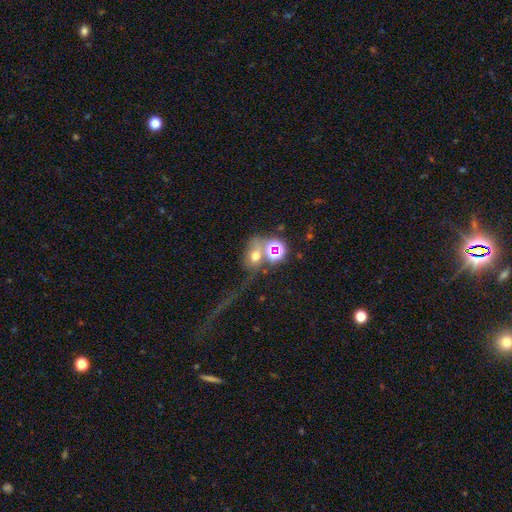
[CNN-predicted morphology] The model was most divided on "merging": none: 34%, merger: 31%, major disturbance: 23%, minor disturbance: 12%. More confident: how rounded — in between (54%); smooth or featured — smooth (52%).